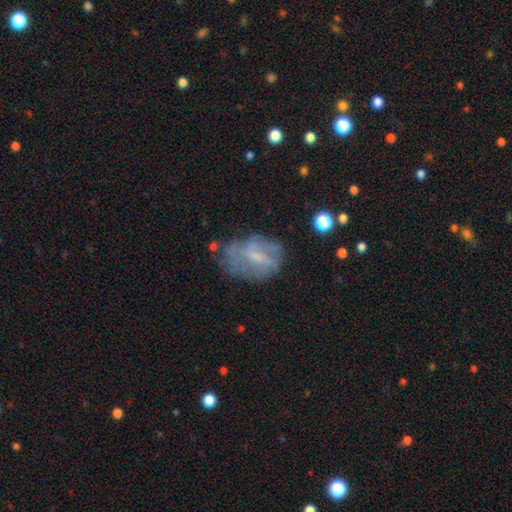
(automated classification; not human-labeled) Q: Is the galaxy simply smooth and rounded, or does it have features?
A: featured or disk — 53%.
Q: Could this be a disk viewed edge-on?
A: no — 95%.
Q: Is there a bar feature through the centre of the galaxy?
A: weak — 49%.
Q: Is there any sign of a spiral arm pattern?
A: yes — 51%.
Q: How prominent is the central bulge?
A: small — 41%.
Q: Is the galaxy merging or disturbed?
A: none — 47%.